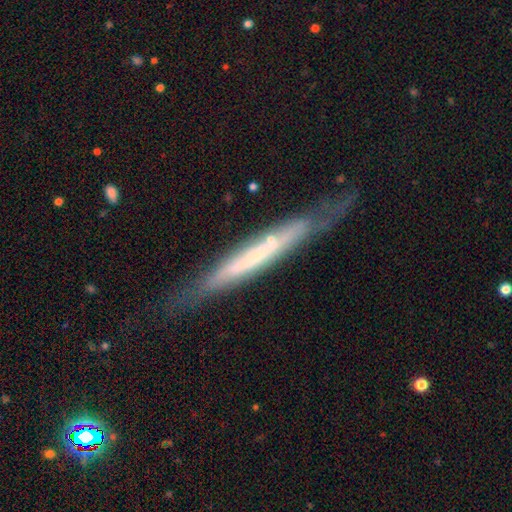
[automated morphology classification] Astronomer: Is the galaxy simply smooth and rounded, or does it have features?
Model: featured or disk — 61%.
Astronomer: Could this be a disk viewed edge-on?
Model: yes — 85%.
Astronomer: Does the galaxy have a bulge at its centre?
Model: none — 73%.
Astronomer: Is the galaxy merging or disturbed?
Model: none — 72%.